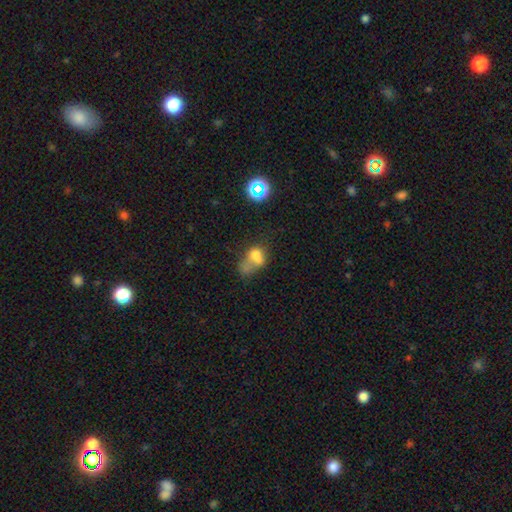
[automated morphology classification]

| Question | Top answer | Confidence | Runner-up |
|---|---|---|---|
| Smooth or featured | smooth | 62% | featured or disk (22%) |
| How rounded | in between | 60% | round (38%) |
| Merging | merger | 42% | major disturbance (26%) |